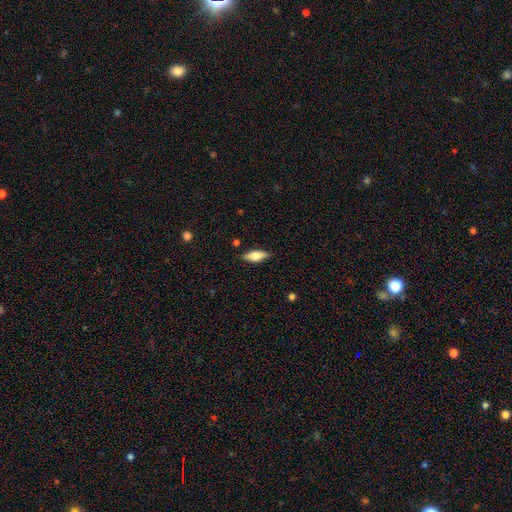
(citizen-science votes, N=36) A smooth galaxy with no disk features (67%) that is in between round and cigar-shaped (83%). Merging: none (94%).